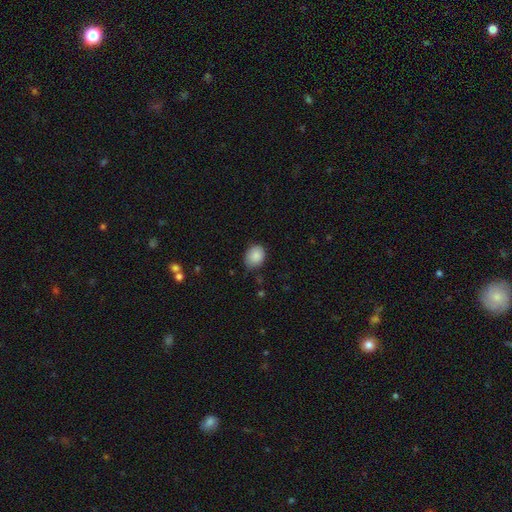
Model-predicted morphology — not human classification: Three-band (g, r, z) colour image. It shows a smooth galaxy with no disk features (88%) that is in between round and cigar-shaped (51%). Merging: none (72%).